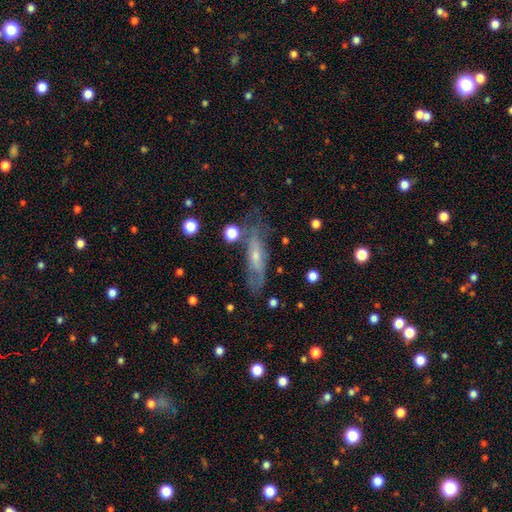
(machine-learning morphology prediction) This is possibly a featured or disk galaxy (59%). It is likely not viewed edge-on (60%). Merging: likely none (65%).